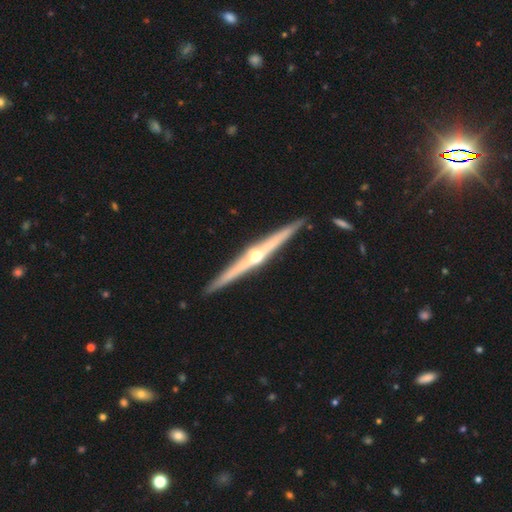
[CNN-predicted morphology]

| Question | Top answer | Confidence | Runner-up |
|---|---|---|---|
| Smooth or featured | featured or disk | 85% | smooth (10%) |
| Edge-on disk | yes | 98% | no (2%) |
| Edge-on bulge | rounded | 93% | none (4%) |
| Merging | none | 91% | minor disturbance (6%) |